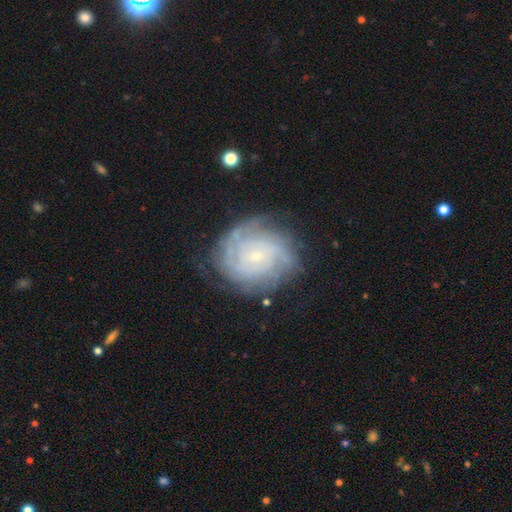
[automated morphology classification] This is clearly a featured or disk galaxy (82%). It is clearly not viewed edge-on (98%). Bar: likely no (69%). Spiral arm pattern: clearly yes (95%). Spiral arm count: marginally can't tell (39%). Spiral winding: likely tight (73%). Central bulge: likely small (80%). Merging: likely none (74%).